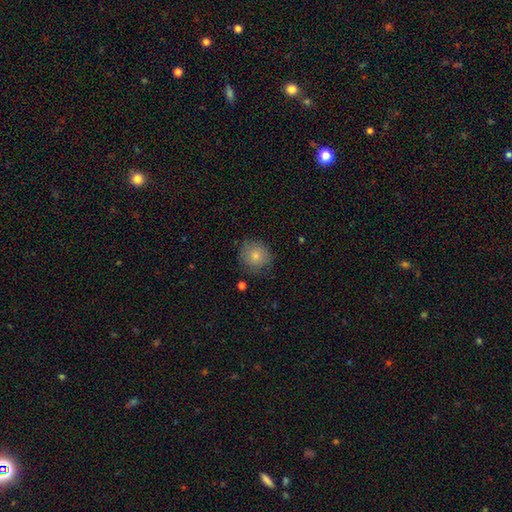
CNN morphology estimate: type=smooth (80%); roundness=round (89%); merging=none (80%).